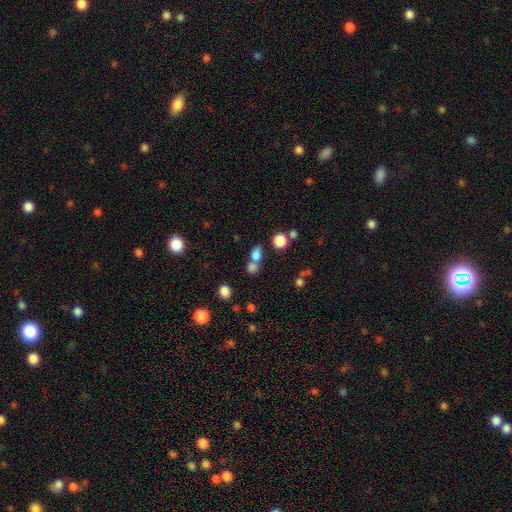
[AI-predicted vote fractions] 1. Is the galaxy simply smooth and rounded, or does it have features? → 77% smooth, 14% star or artifact, 9% featured or disk.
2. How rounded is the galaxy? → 49% in between, 48% round, 3% cigar-shaped.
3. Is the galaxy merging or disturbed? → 47% merger, 41% none, 8% minor disturbance, 4% major disturbance.